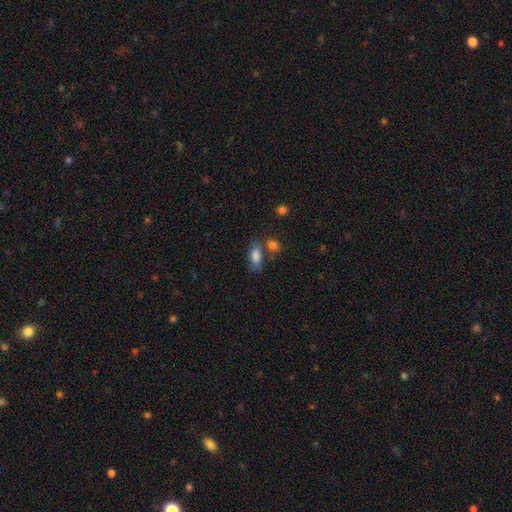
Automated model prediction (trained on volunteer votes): Smooth or featured? smooth (83%)
How rounded? in between (85%)
Merging? none (58%)